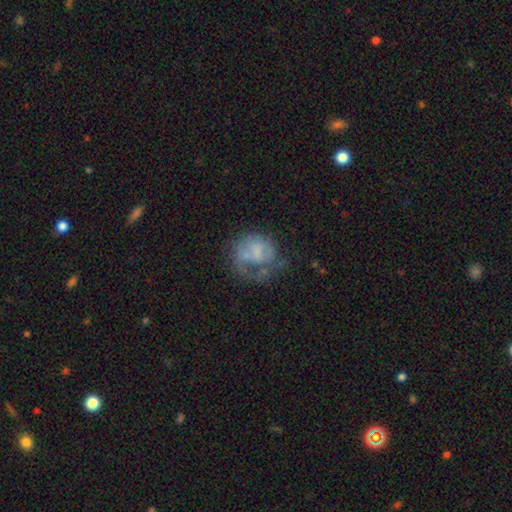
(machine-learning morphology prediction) smooth-or-featured: featured or disk: 48% | smooth: 42% | star or artifact: 10%
  merging: major disturbance: 41% | none: 32% | minor disturbance: 22% | merger: 5%